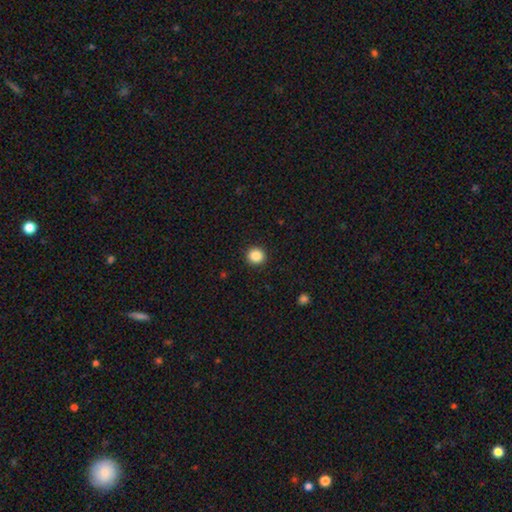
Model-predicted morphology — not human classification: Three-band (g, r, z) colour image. It shows a smooth galaxy with no disk features (87%) that is round (90%). Merging: none (92%).